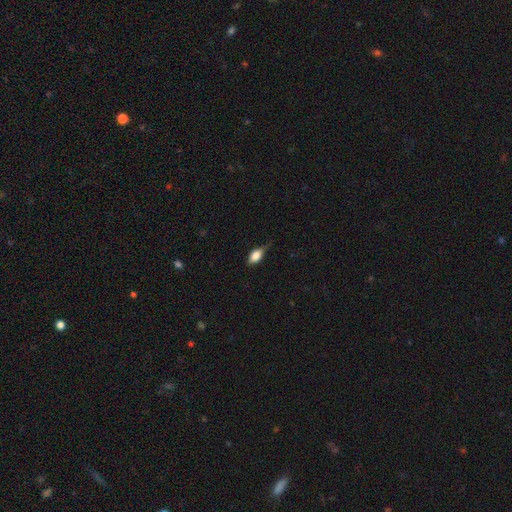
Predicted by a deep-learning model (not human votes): Smooth or featured?
  - smooth: 78% *
  - featured or disk: 14%
  - star or artifact: 8%
How rounded?
  - in between: 88% *
  - cigar-shaped: 6%
  - round: 6%
Merging?
  - none: 55% *
  - minor disturbance: 34%
  - major disturbance: 9%
  - merger: 2%